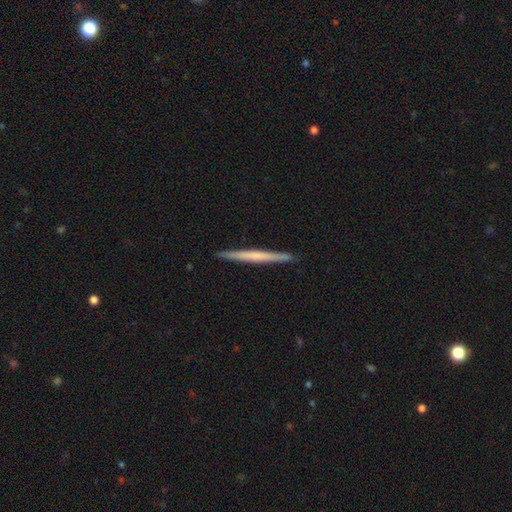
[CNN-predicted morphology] Smooth or featured? featured or disk (53%)
Edge-on disk? yes (98%)
Edge-on bulge? none (72%)
Merging? none (92%)